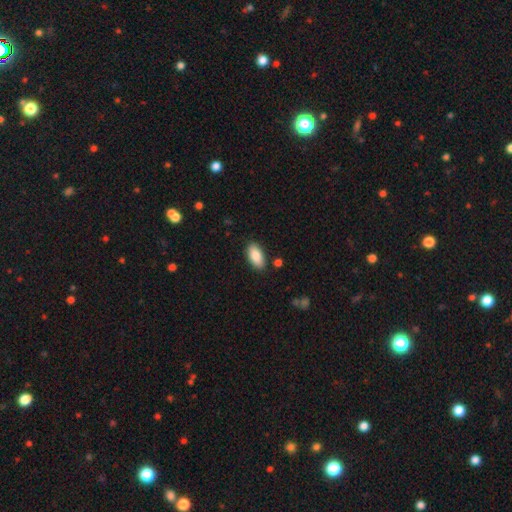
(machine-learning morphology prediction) Overall: smooth (87%). How rounded: in between (93%). Merging: none (86%).